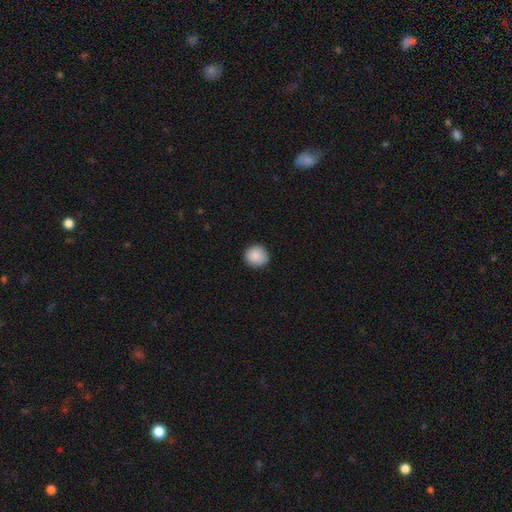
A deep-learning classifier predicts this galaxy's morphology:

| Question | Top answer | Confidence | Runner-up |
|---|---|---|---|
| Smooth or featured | smooth | 89% | star or artifact (7%) |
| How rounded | round | 90% | in between (9%) |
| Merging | none | 88% | minor disturbance (9%) |